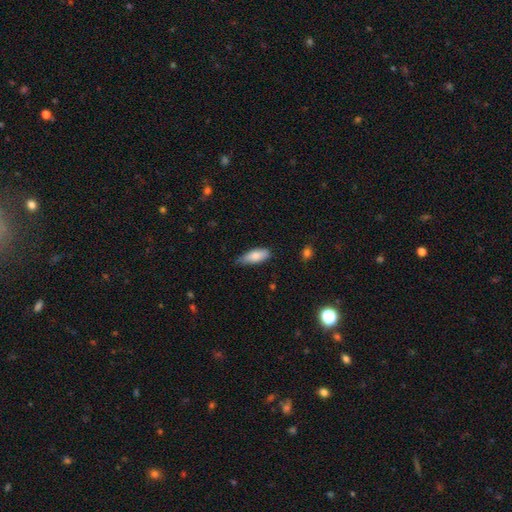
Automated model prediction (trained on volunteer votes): A smooth galaxy with no disk features (82%) that is in between round and cigar-shaped (76%). Merging: none (63%).